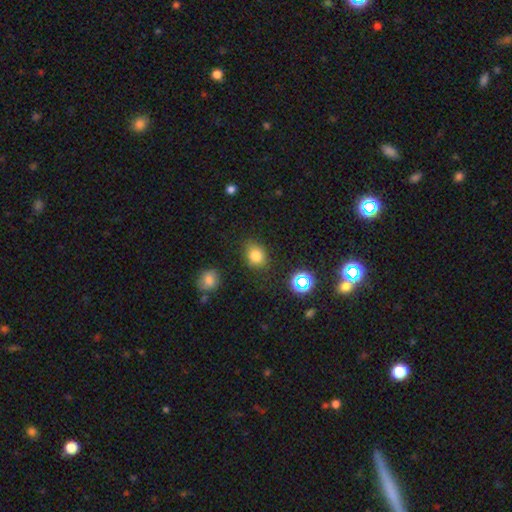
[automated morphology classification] Q: Smooth or featured?
A: smooth (78%); runner-up: star or artifact (16%)
Q: How rounded?
A: round (61%); runner-up: in between (38%)
Q: Merging?
A: none (78%); runner-up: minor disturbance (15%)